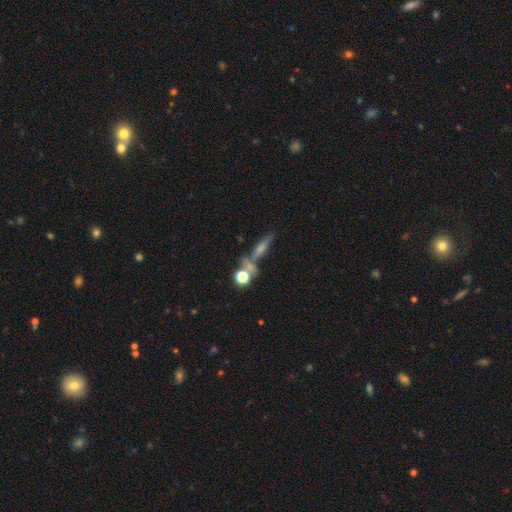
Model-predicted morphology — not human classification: Smooth or featured? smooth (39%)
Merging? none (52%)